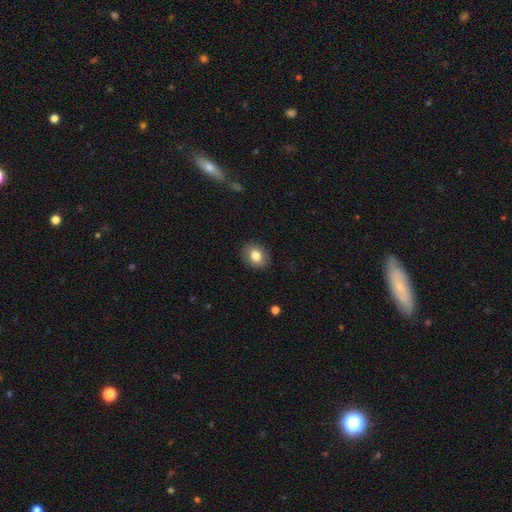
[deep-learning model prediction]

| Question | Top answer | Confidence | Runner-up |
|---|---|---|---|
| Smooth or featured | smooth | 82% | featured or disk (9%) |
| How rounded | in between | 54% | round (45%) |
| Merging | none | 88% | minor disturbance (9%) |